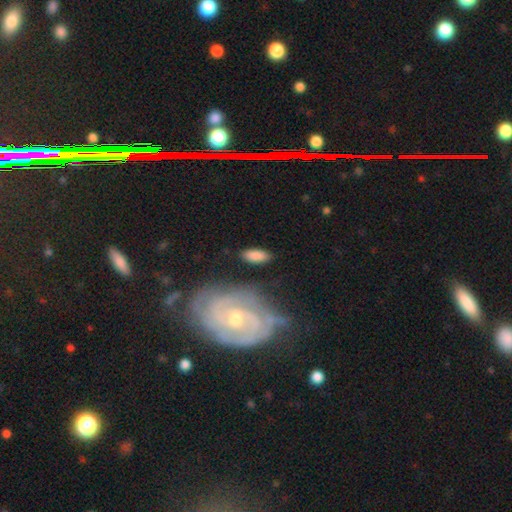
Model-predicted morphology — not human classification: smooth_or_featured: smooth (p=0.81) [alt: featured or disk p=0.12]
how_rounded: in between (p=0.81) [alt: cigar-shaped p=0.16]
merging: none (p=0.78) [alt: minor disturbance p=0.13]